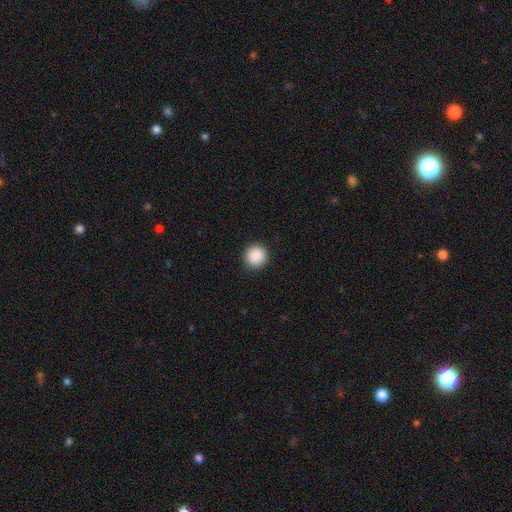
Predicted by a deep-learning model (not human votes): Smooth or featured? Predicted: smooth (p=0.89). How rounded? Predicted: round (p=0.95). Merging? Predicted: none (p=0.92).